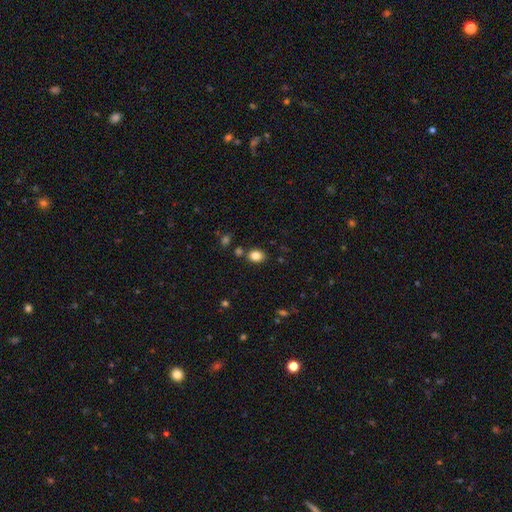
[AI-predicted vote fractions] The model was most divided on "how rounded": in between: 53%, round: 46%, cigar-shaped: 1%. More confident: smooth or featured — smooth (84%); merging — none (80%).